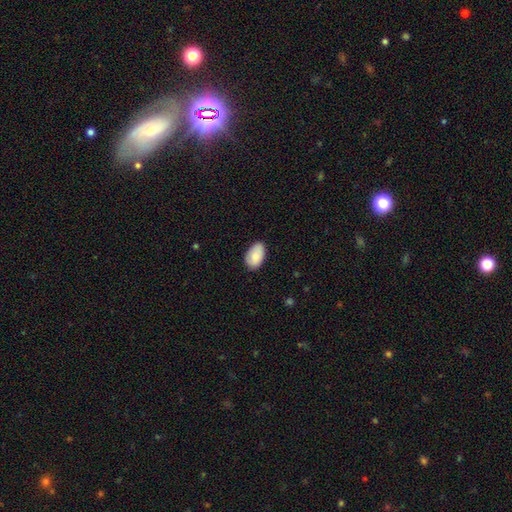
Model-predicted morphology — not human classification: Overall: smooth (84%). How rounded: in between (93%). Merging: none (78%).